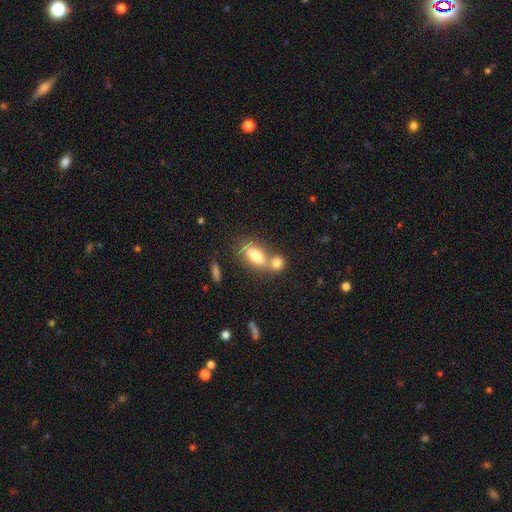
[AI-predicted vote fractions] Overall: smooth (76%). How rounded: in between (79%). Merging: merger (47%; none 39%).